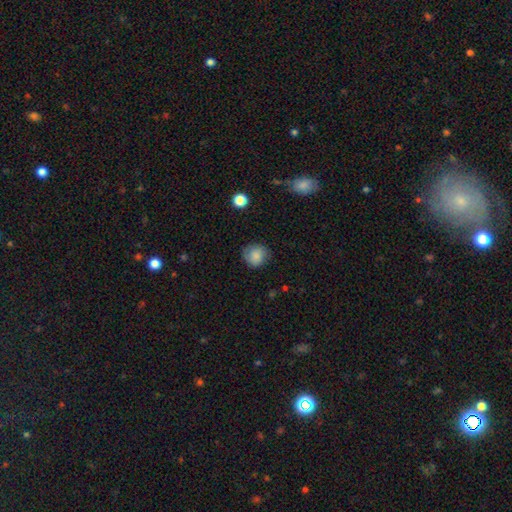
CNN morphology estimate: smooth 82%, featured or disk 9%, star or artifact 9%. Down the decision tree: how rounded — round (83%); merging — none (74%).